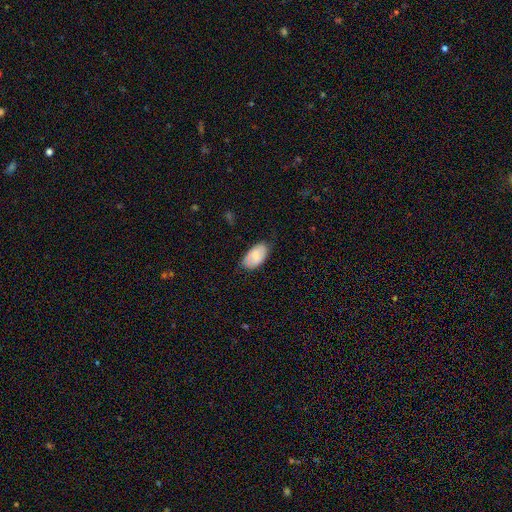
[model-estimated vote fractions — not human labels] smooth-or-featured: smooth: 75% | featured or disk: 18% | star or artifact: 7%
  how-rounded: in between: 95% | round: 3% | cigar-shaped: 2%
  merging: none: 73% | minor disturbance: 22% | major disturbance: 4% | merger: 1%